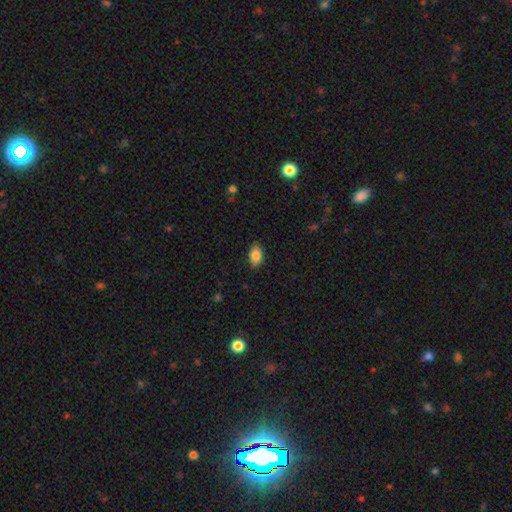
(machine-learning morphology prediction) A smooth galaxy with no disk features (86%) that is in between round and cigar-shaped (91%).

Vote fractions:
- Smooth or featured? smooth: 86% / star or artifact: 8% / featured or disk: 7%
- How rounded? in between: 91% / round: 8% / cigar-shaped: 2%
- Merging? none: 86% / minor disturbance: 11% / major disturbance: 2% / merger: 1%